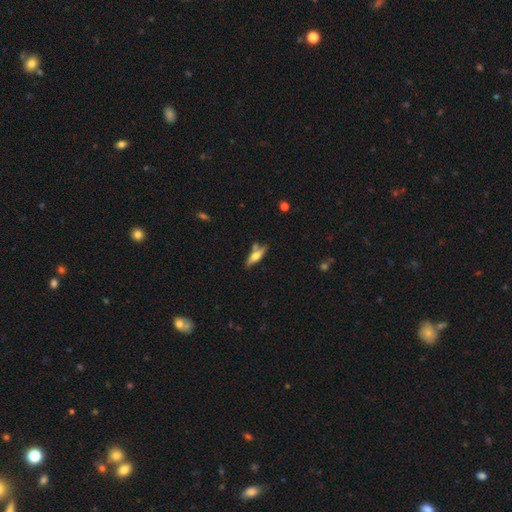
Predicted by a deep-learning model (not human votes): Smooth or featured?
  - smooth: 55% *
  - featured or disk: 39%
  - star or artifact: 6%
How rounded?
  - cigar-shaped: 59% *
  - in between: 39%
  - round: 2%
Merging?
  - none: 70% *
  - minor disturbance: 15%
  - merger: 11%
  - major disturbance: 4%